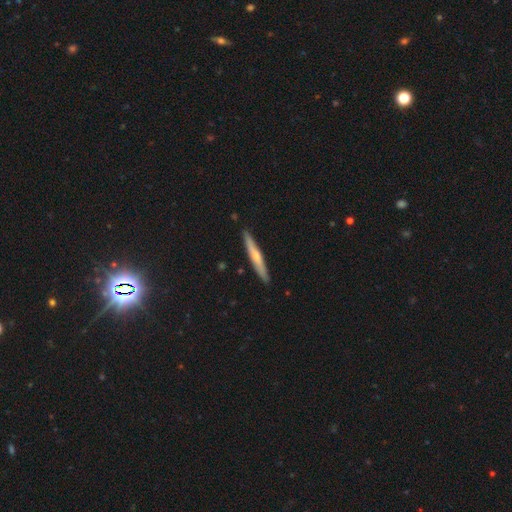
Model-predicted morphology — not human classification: Smooth or featured? Predicted: smooth (p=0.49). Merging? Predicted: none (p=0.89).